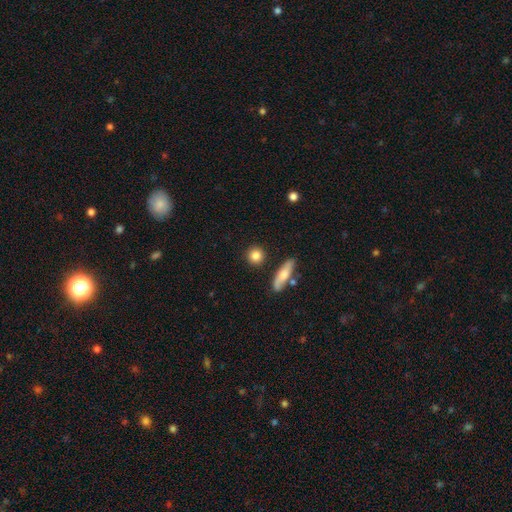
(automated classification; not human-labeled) A smooth galaxy with no disk features (83%) that is round (86%).

Vote fractions:
- Smooth or featured? smooth: 83% / featured or disk: 9% / star or artifact: 8%
- How rounded? round: 86% / in between: 9% / cigar-shaped: 4%
- Merging? none: 86% / minor disturbance: 8% / merger: 4% / major disturbance: 2%